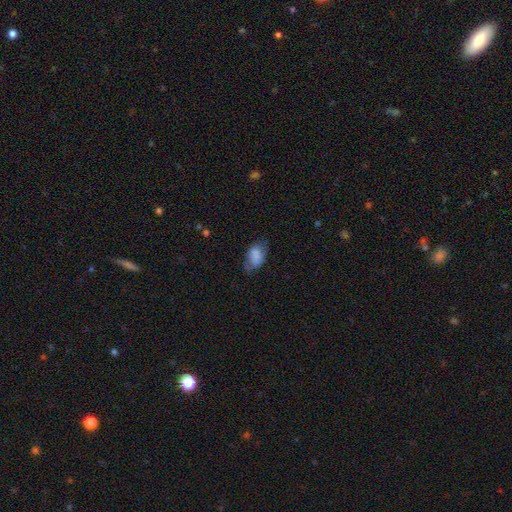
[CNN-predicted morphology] type=smooth (77%); roundness=in between (89%); merging=none (52%).